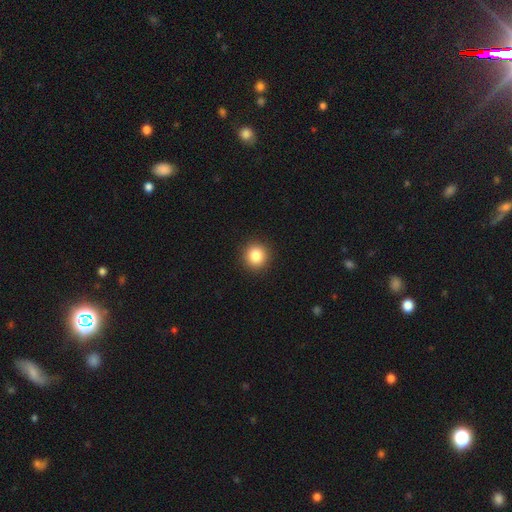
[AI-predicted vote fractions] smooth-or-featured: smooth: 85% | star or artifact: 10% | featured or disk: 5%
  how-rounded: round: 93% | in between: 6% | cigar-shaped: 1%
  merging: none: 92% | minor disturbance: 5% | major disturbance: 2% | merger: 1%